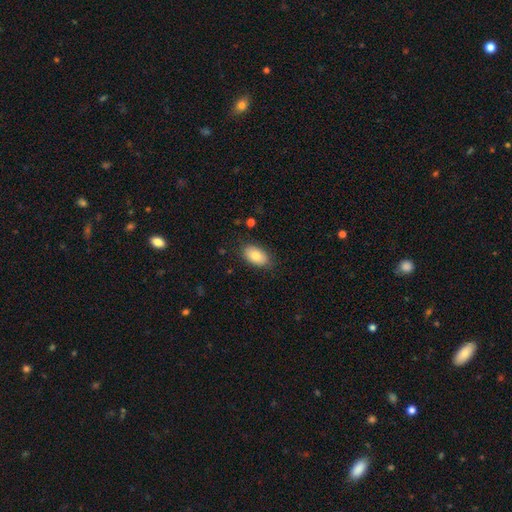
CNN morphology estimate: smooth 82%, featured or disk 11%, star or artifact 7%. Down the decision tree: how rounded — in between (93%); merging — none (83%).